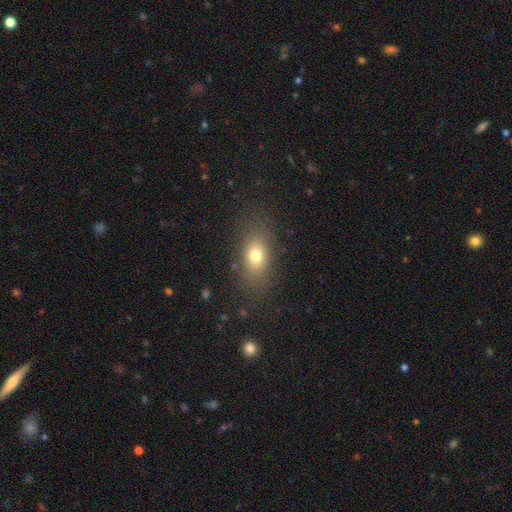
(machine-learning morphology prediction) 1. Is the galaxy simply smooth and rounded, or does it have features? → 74% smooth, 13% featured or disk, 13% star or artifact.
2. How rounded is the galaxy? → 76% in between, 21% round, 3% cigar-shaped.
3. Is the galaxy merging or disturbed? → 80% none, 12% minor disturbance, 6% major disturbance, 1% merger.